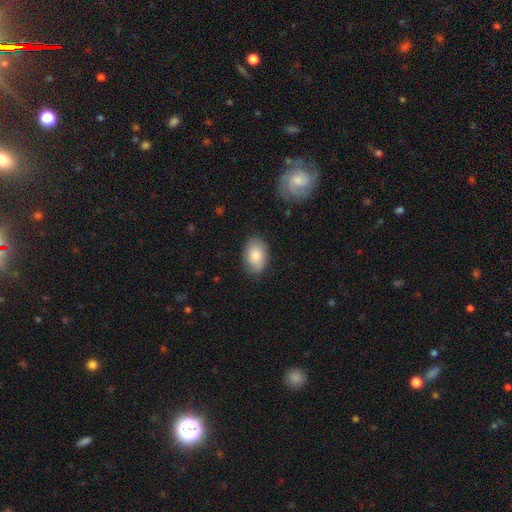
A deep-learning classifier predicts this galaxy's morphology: Smooth or featured? Predicted: smooth (p=0.82). How rounded? Predicted: in between (p=0.88). Merging? Predicted: none (p=0.79).